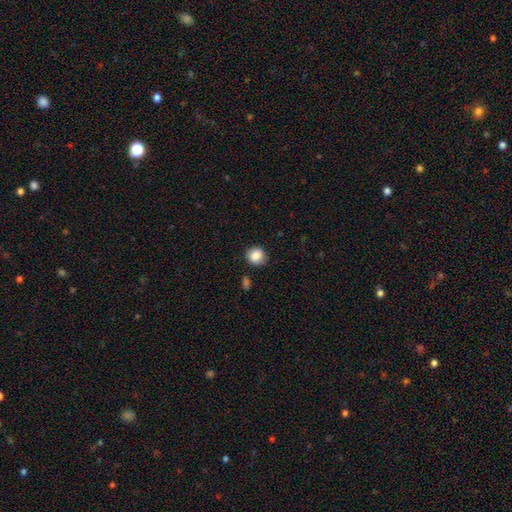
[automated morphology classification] A smooth galaxy with no disk features (85%) that is round (82%).

Vote fractions:
- Smooth or featured? smooth: 85% / star or artifact: 9% / featured or disk: 6%
- How rounded? round: 82% / in between: 17% / cigar-shaped: 1%
- Merging? none: 81% / minor disturbance: 14% / major disturbance: 3% / merger: 2%